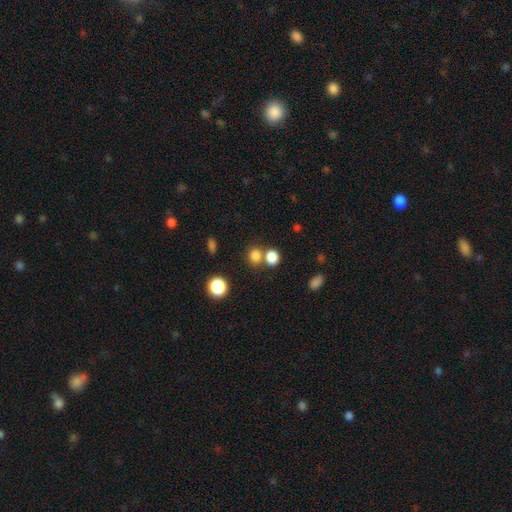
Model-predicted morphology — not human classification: The model was most divided on "merging": none: 58%, merger: 31%, minor disturbance: 8%, major disturbance: 3%. More confident: smooth or featured — smooth (80%); how rounded — round (73%).